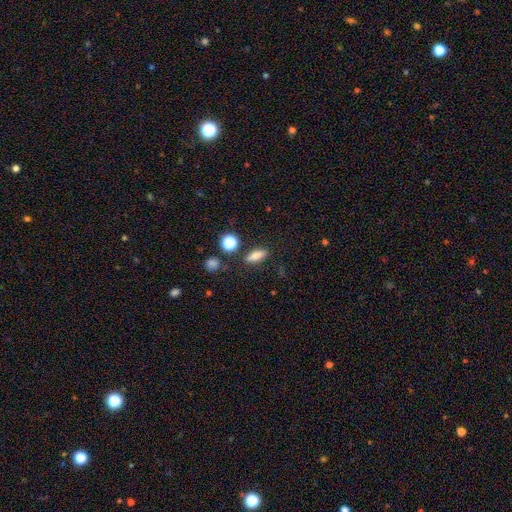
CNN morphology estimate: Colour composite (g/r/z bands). It shows a smooth galaxy with no disk features (76%) that is in between round and cigar-shaped (59%). Merging: none (84%).